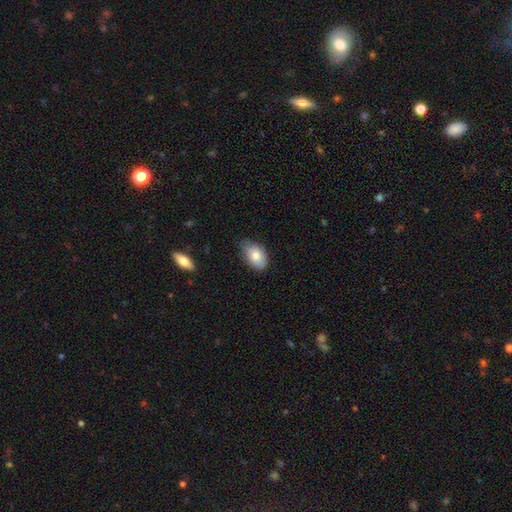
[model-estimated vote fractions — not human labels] Overall: smooth (82%). How rounded: in between (91%). Merging: none (65%; minor disturbance 30%).